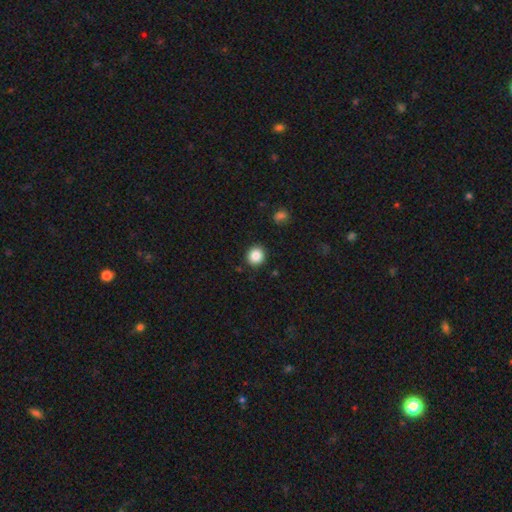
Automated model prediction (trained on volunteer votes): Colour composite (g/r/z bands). It shows a smooth galaxy with no disk features (87%) that is round (89%). Merging: none (91%).